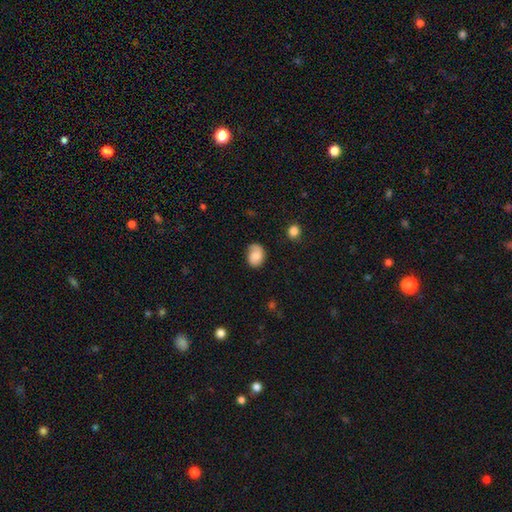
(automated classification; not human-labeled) Smooth or featured?
  - smooth: 78% *
  - featured or disk: 14%
  - star or artifact: 8%
How rounded?
  - in between: 67% *
  - round: 32%
  - cigar-shaped: 1%
Merging?
  - none: 62% *
  - minor disturbance: 28%
  - major disturbance: 8%
  - merger: 2%